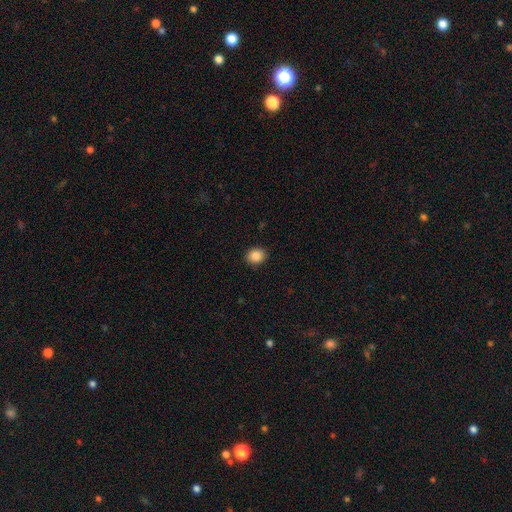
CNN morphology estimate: smooth 87%, star or artifact 9%, featured or disk 4%. Down the decision tree: how rounded — round (68%); merging — none (91%).